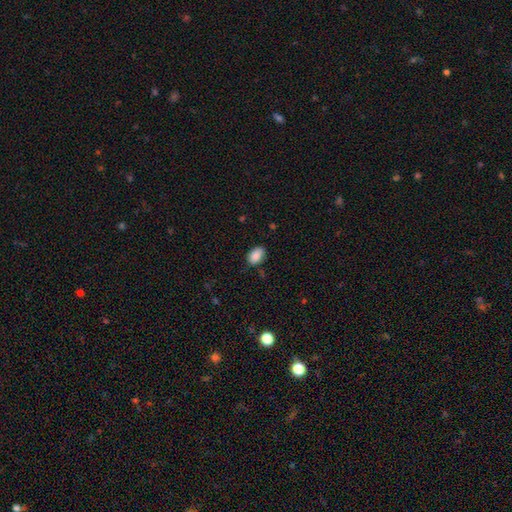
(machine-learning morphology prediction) Smooth or featured? Predicted: smooth (p=0.87). How rounded? Predicted: in between (p=0.87). Merging? Predicted: none (p=0.78).